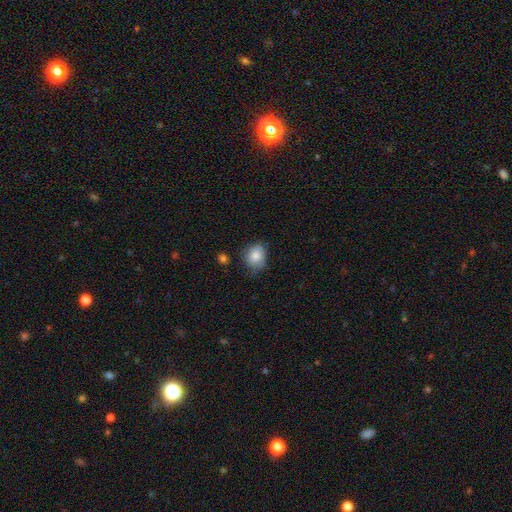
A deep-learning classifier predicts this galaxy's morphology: smooth 83%, featured or disk 9%, star or artifact 8%. Down the decision tree: how rounded — round (58%); merging — none (65%).